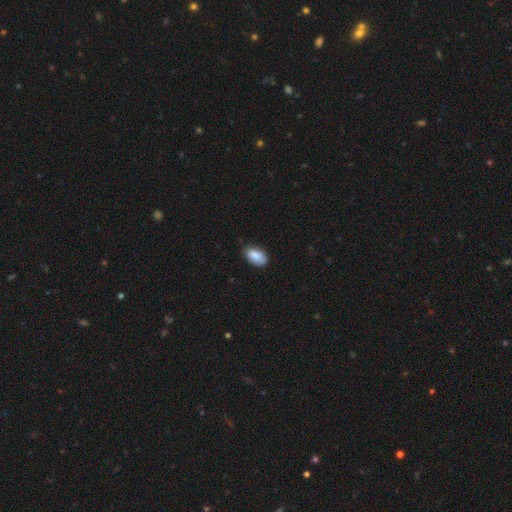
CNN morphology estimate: This appears to be a smooth galaxy with no disk features (83%) that is in between round and cigar-shaped (93%). Merging: none (76%).